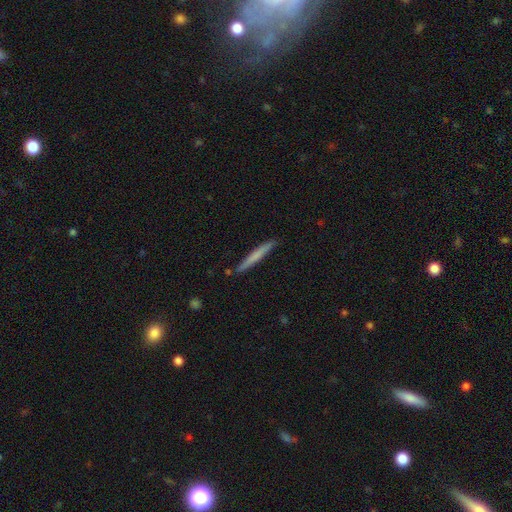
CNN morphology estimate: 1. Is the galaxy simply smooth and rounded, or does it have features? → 62% smooth, 33% featured or disk, 5% star or artifact.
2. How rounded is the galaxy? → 97% cigar-shaped, 2% in between, 1% round.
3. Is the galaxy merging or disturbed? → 89% none, 8% minor disturbance, 2% merger, 1% major disturbance.